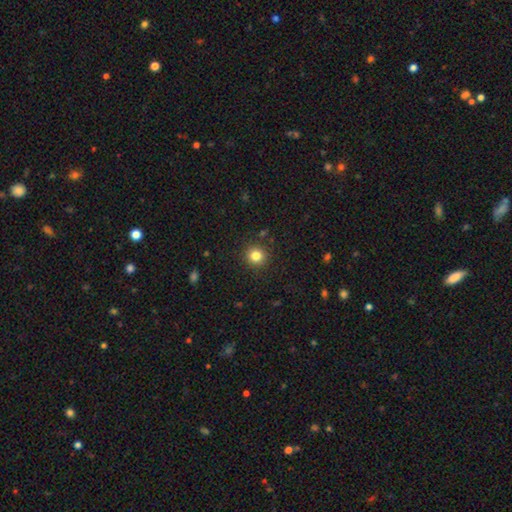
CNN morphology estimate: This is clearly a smooth galaxy (82%). How rounded: clearly round (92%). Merging: clearly none (90%).